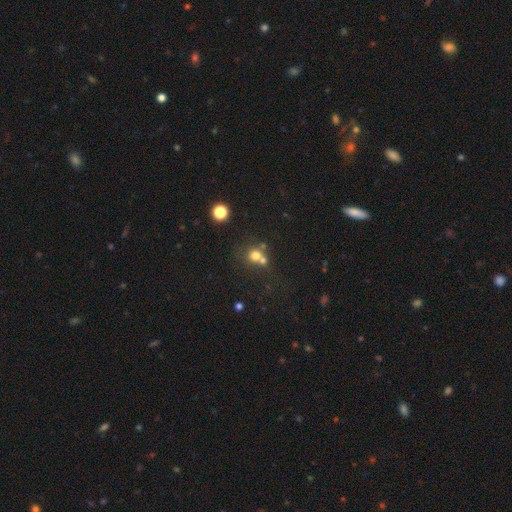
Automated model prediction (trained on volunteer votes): smooth 69%, star or artifact 18%, featured or disk 13%. Down the decision tree: how rounded — round (84%); merging — none (44%).